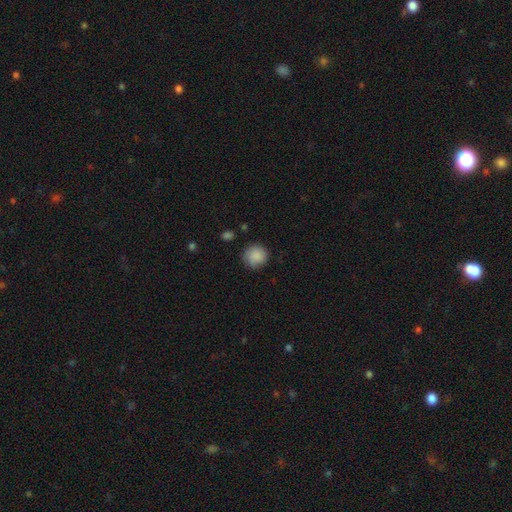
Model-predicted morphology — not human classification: Smooth or featured: smooth — 87% (star or artifact — 8%)
How rounded: round — 91% (in between — 8%)
Merging: none — 80% (minor disturbance — 15%)